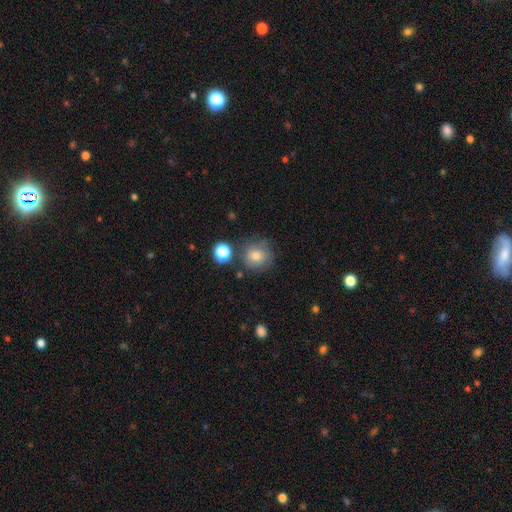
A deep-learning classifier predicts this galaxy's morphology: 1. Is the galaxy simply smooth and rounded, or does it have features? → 68% smooth, 18% featured or disk, 14% star or artifact.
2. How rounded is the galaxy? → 90% round, 9% in between, 1% cigar-shaped.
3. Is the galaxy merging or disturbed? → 72% none, 16% minor disturbance, 6% major disturbance, 6% merger.